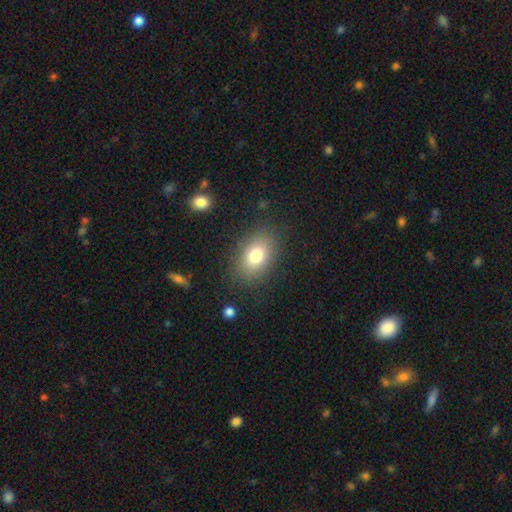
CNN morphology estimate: Overall: smooth (77%). How rounded: in between (77%). Merging: none (83%).